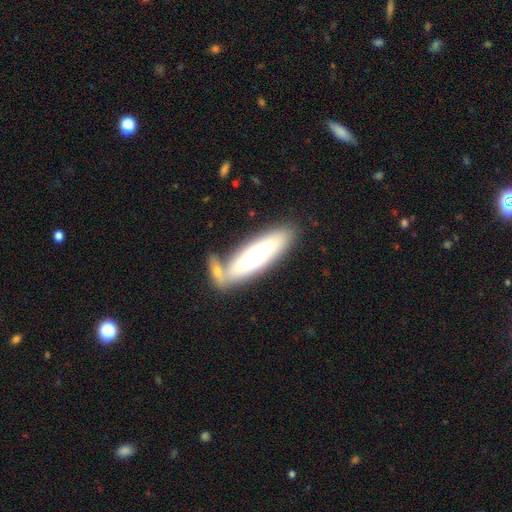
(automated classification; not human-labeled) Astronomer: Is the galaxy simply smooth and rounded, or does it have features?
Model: smooth — 55% (runner-up: featured or disk, 39%).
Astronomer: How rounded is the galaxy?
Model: cigar-shaped — 54% (runner-up: in between, 44%).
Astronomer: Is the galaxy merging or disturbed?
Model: none — 53%.